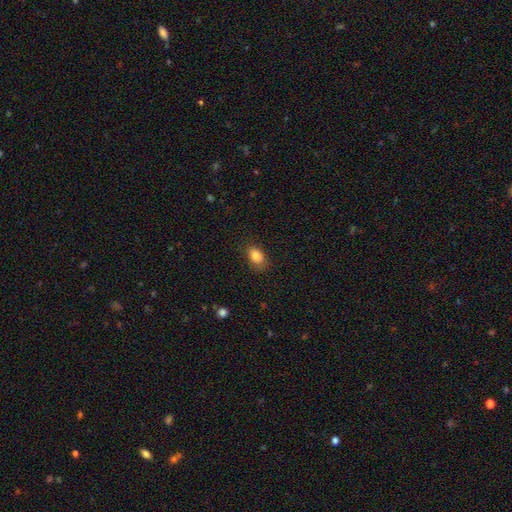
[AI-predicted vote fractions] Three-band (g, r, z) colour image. It shows a smooth galaxy with no disk features (85%) that is in between round and cigar-shaped (80%). Merging: none (78%).